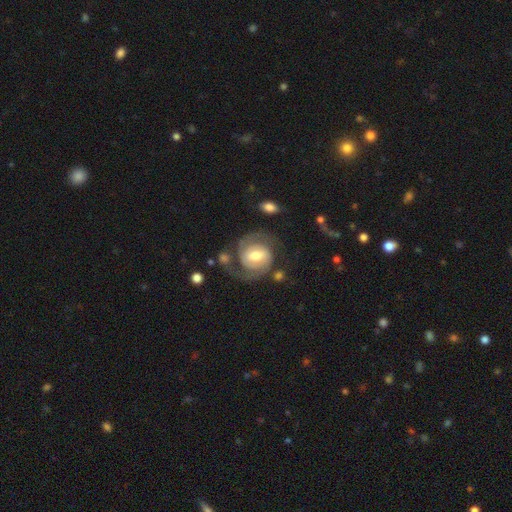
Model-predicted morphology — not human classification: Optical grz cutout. It shows a featured or disk galaxy (83%) with a weak bar (48%), 2 (88%) medium (44%) spiral arms (95%) and a moderate central bulge (69%). Merging: none (67%).